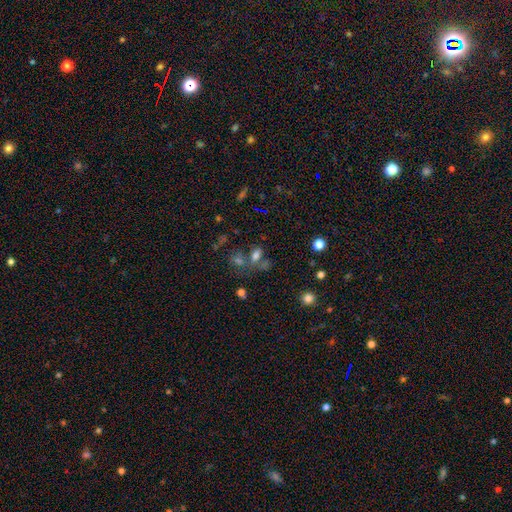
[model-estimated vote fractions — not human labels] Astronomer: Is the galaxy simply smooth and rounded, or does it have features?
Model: smooth — 66%.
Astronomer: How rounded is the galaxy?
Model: in between — 77%.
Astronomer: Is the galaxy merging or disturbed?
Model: none — 47% (runner-up: merger, 30%).